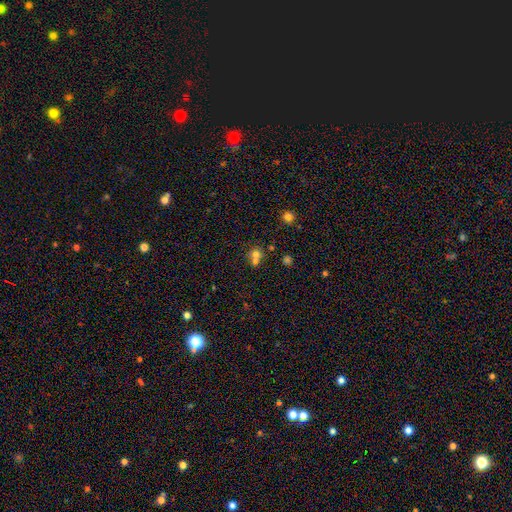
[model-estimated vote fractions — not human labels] Smooth or featured? Predicted: smooth (p=0.66). How rounded? Predicted: round (p=0.79). Merging? Predicted: merger (p=0.52).